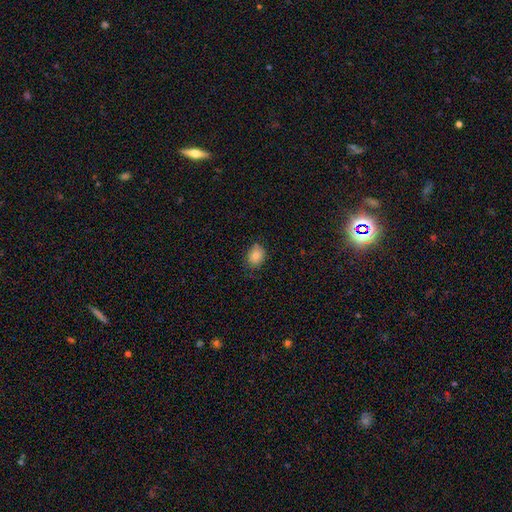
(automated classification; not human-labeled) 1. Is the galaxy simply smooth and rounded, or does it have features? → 84% smooth, 9% star or artifact, 7% featured or disk.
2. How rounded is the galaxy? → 50% in between, 49% round, 1% cigar-shaped.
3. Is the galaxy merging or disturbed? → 75% none, 20% minor disturbance, 3% major disturbance, 1% merger.